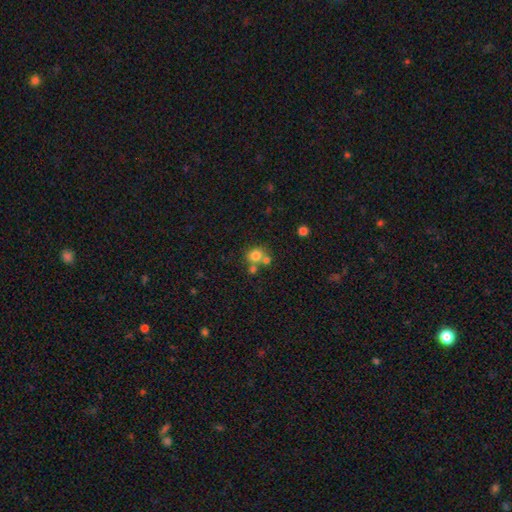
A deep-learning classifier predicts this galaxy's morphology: Smooth or featured? Predicted: smooth (p=0.77). How rounded? Predicted: round (p=0.79). Merging? Predicted: none (p=0.54).